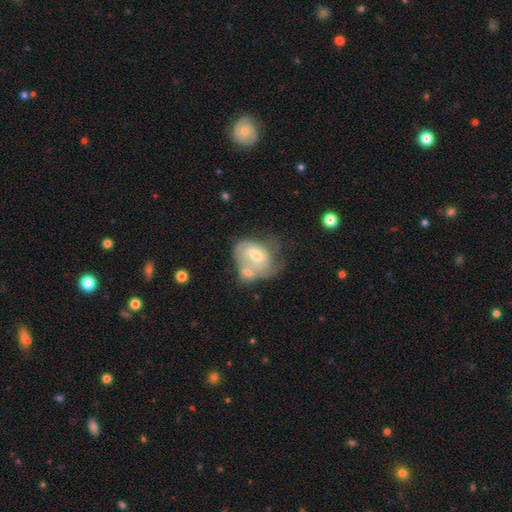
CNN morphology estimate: A featured or disk galaxy (63%) with no bar (54%), spiral arms (72%) and a moderate central bulge (63%).

Vote fractions:
- Smooth or featured? featured or disk: 63% / smooth: 31% / star or artifact: 7%
- Edge-on disk? no: 96% / yes: 4%
- Bar? no: 54% / weak: 38% / strong: 8%
- Spiral arms? yes: 72% / no: 28%
- Bulge size? moderate: 63% / small: 29% / large: 5% / none: 2% / dominant: 1%
- Merging? merger: 46% / none: 24% / minor disturbance: 16% / major disturbance: 14%